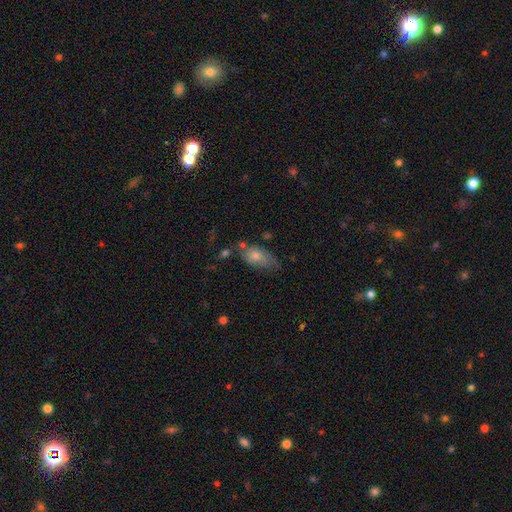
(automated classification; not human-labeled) Smooth or featured?
  - smooth: 63% *
  - featured or disk: 26%
  - star or artifact: 10%
How rounded?
  - in between: 86% *
  - cigar-shaped: 7%
  - round: 7%
Merging?
  - none: 50% *
  - minor disturbance: 30%
  - major disturbance: 11%
  - merger: 9%